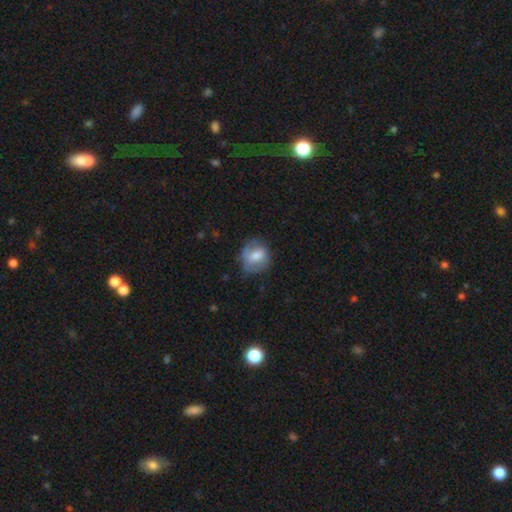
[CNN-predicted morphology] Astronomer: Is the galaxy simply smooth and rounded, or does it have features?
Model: smooth — 64%.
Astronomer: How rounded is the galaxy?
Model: round — 68%.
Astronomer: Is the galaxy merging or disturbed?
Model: none — 56%.